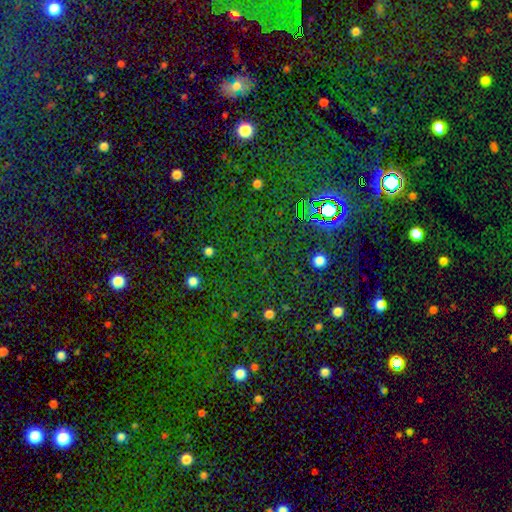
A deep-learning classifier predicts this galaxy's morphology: smooth_or_featured: star or artifact (p=0.75) [alt: smooth p=0.17]